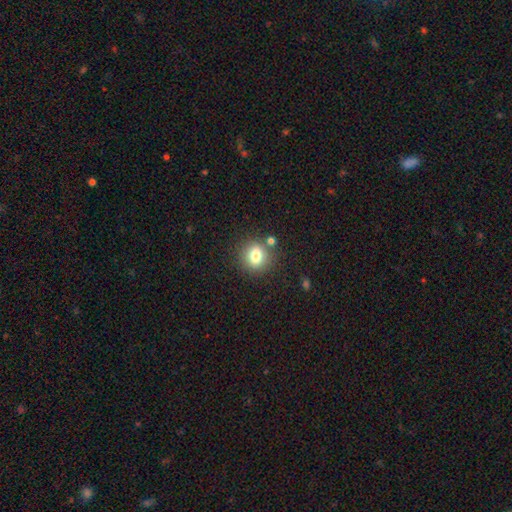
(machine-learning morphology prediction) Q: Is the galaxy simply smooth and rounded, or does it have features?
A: smooth — 79%.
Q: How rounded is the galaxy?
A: round — 75%.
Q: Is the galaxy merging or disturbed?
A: none — 79%.